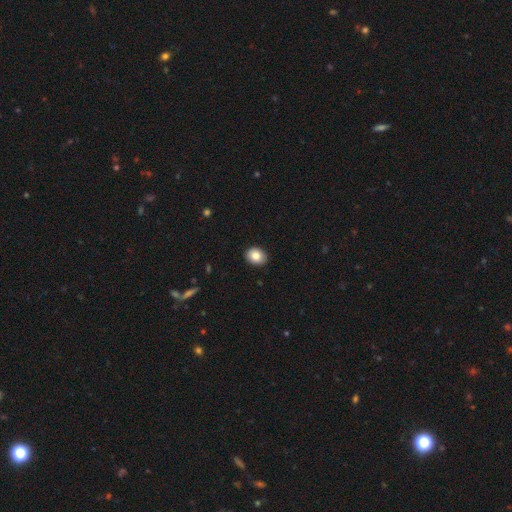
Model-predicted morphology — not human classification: Q: Smooth or featured?
A: smooth (85%); runner-up: star or artifact (8%)
Q: How rounded?
A: in between (58%); runner-up: round (41%)
Q: Merging?
A: none (91%); runner-up: minor disturbance (6%)